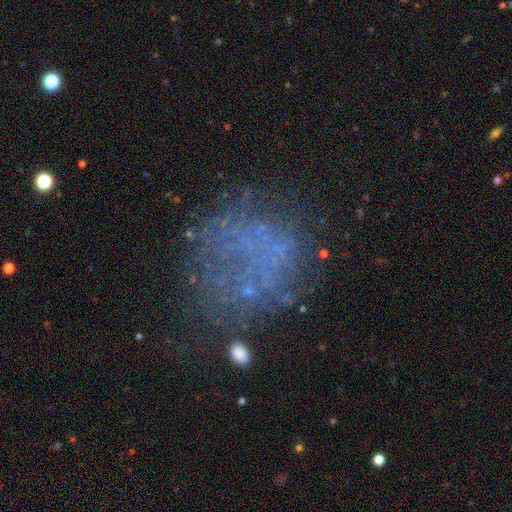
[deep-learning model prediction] A featured or disk galaxy (39%).

Vote fractions:
- Smooth or featured? featured or disk: 39% / smooth: 32% / star or artifact: 29%
- Merging? none: 58% / major disturbance: 20% / minor disturbance: 16% / merger: 6%